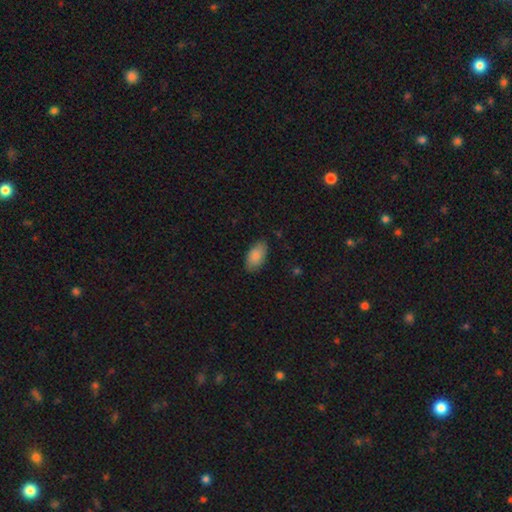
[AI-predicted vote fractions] smooth_or_featured: smooth (p=0.86) [alt: featured or disk p=0.07]
how_rounded: in between (p=0.94) [alt: round p=0.03]
merging: none (p=0.82) [alt: minor disturbance p=0.14]